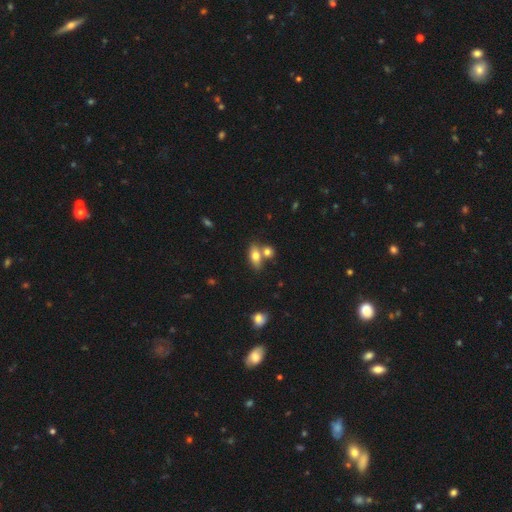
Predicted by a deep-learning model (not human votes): A smooth galaxy with no disk features (72%) that is in between round and cigar-shaped (79%). Merging: none (52%).